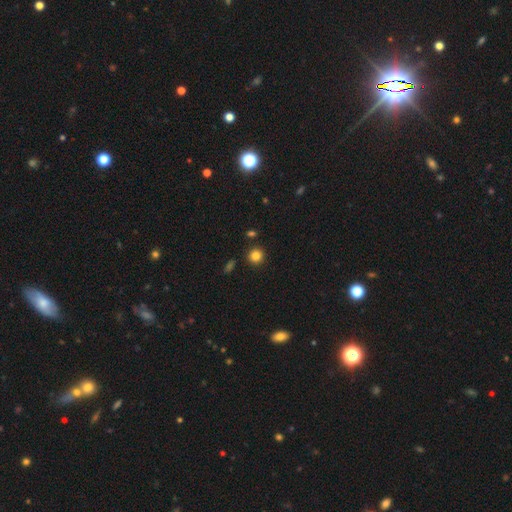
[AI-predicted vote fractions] The model was most divided on "smooth or featured": smooth: 84%, star or artifact: 12%, featured or disk: 4%. More confident: how rounded — round (93%); merging — none (88%).